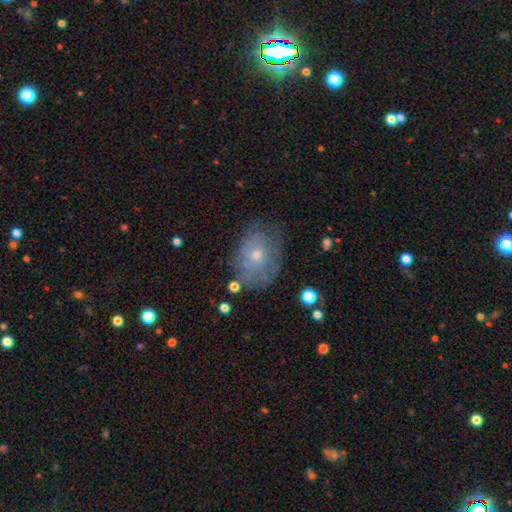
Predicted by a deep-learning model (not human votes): Smooth or featured: smooth — 49% (featured or disk — 42%)
Merging: none — 60% (minor disturbance — 26%)